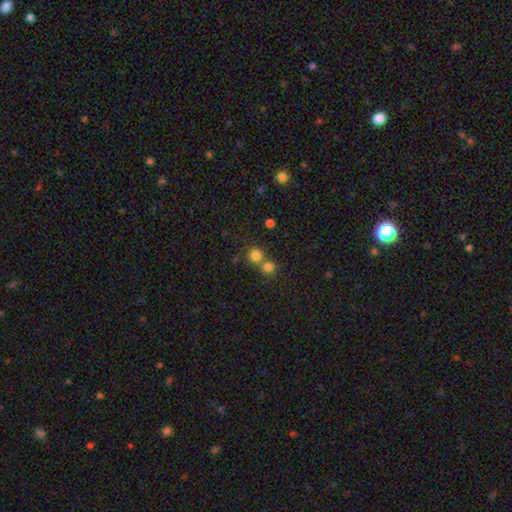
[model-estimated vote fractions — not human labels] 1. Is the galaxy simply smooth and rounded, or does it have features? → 78% smooth, 15% star or artifact, 7% featured or disk.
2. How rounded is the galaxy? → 89% round, 10% in between, 1% cigar-shaped.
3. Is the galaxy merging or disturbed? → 52% none, 41% merger, 5% minor disturbance, 2% major disturbance.